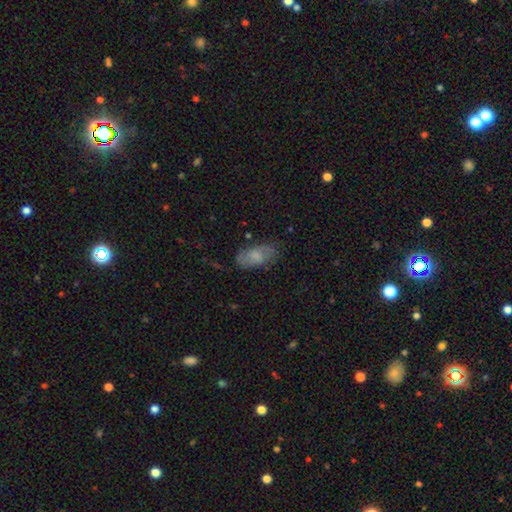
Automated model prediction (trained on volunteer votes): smooth_or_featured: smooth (p=0.66) [alt: featured or disk p=0.26]
how_rounded: in between (p=0.91) [alt: cigar-shaped p=0.06]
merging: none (p=0.70) [alt: minor disturbance p=0.21]